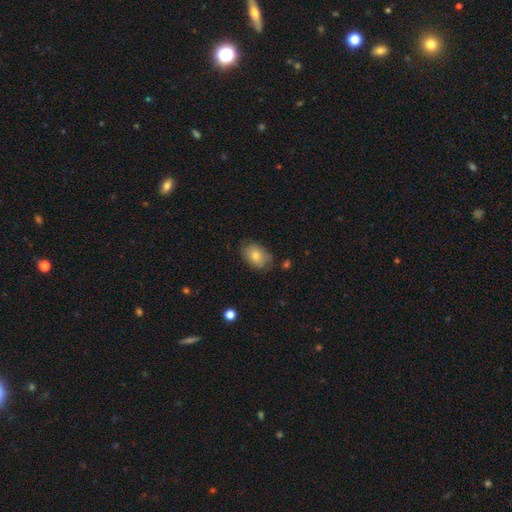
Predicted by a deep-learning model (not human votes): Morphology: type=smooth (76%); roundness=in between (81%); merging=none (74%).